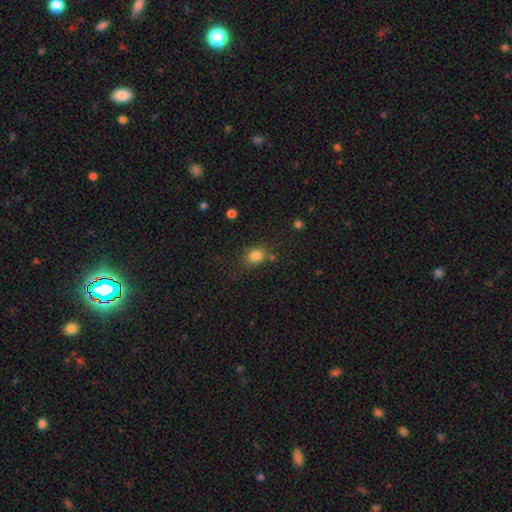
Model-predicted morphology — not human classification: smooth_or_featured: smooth (p=0.82) [alt: star or artifact p=0.11]
how_rounded: round (p=0.52) [alt: in between p=0.47]
merging: none (p=0.69) [alt: minor disturbance p=0.17]